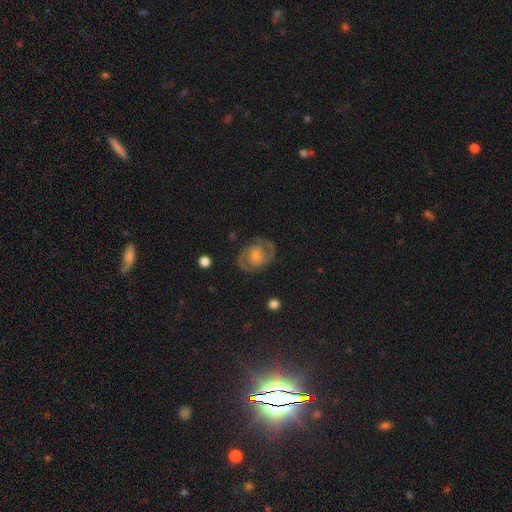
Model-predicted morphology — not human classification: This appears to be a featured or disk galaxy (71%) with no bar (61%), 2 (82%) medium (48%) spiral arms (80%) and a moderate central bulge (48%). Merging: none (76%).